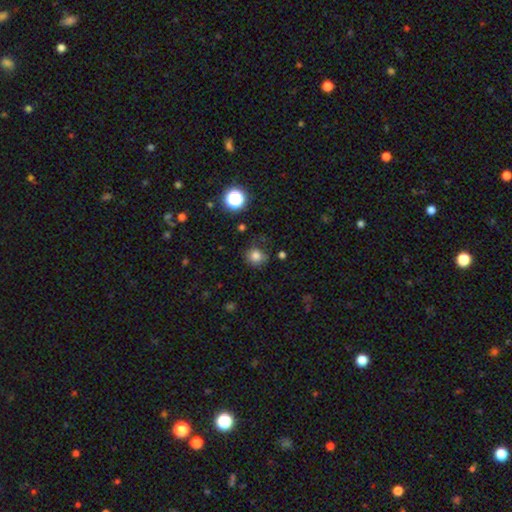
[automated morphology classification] smooth 79%, star or artifact 15%, featured or disk 6%. Down the decision tree: how rounded — round (82%); merging — none (73%).